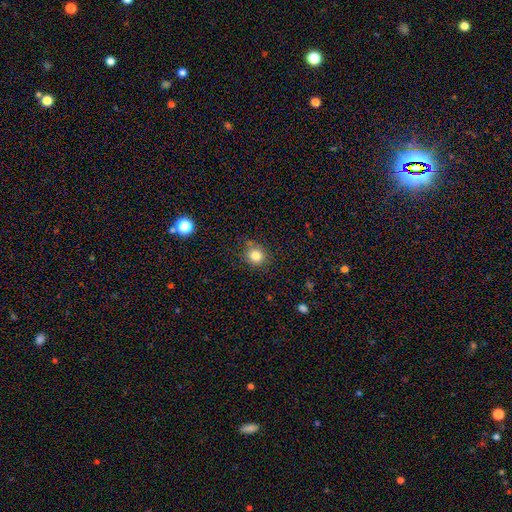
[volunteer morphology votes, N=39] smooth_or_featured: smooth (p=0.85) [alt: star or artifact p=0.10]
how_rounded: round (p=0.79) [alt: in between p=0.21]
merging: none (p=0.83) [alt: minor disturbance p=0.11]